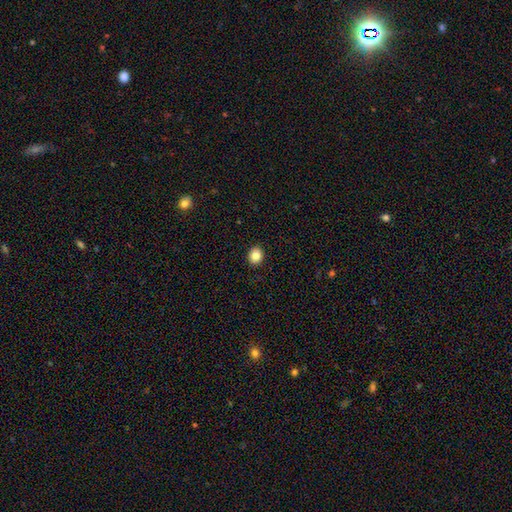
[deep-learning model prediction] The model was most divided on "how rounded": round: 59%, in between: 40%, cigar-shaped: 1%. More confident: merging — none (91%); smooth or featured — smooth (86%).